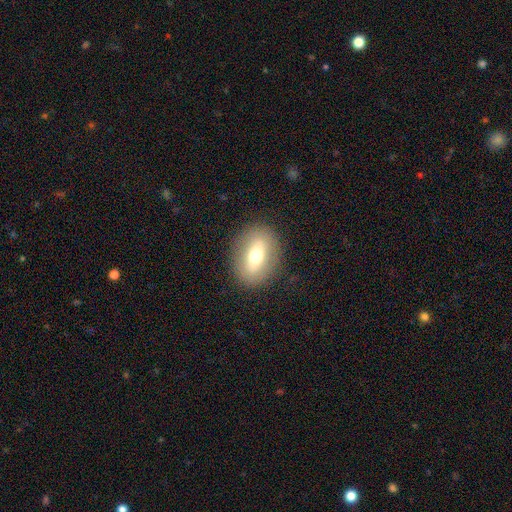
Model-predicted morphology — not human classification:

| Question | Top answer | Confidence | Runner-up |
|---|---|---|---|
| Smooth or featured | smooth | 58% | featured or disk (33%) |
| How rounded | in between | 69% | round (28%) |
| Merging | none | 86% | minor disturbance (9%) |